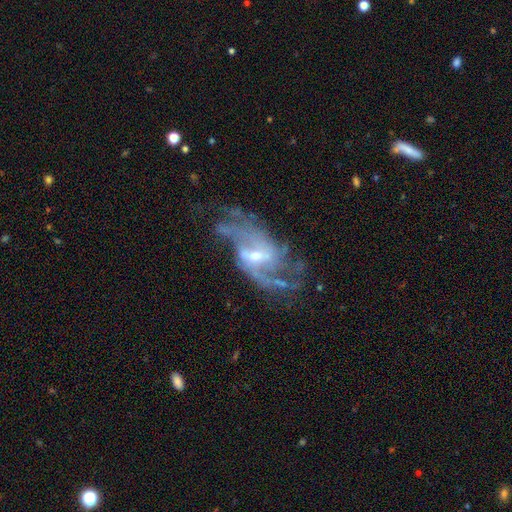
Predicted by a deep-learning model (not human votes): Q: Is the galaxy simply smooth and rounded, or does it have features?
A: featured or disk — 89%.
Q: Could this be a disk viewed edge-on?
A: no — 96%.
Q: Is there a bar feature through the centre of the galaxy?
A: weak — 51%.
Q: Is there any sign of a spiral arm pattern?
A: yes — 95%.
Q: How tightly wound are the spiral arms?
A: medium — 44%.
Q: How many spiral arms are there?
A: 2 — 48%.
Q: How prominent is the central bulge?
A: small — 56%.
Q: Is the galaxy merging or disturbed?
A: none — 60%.